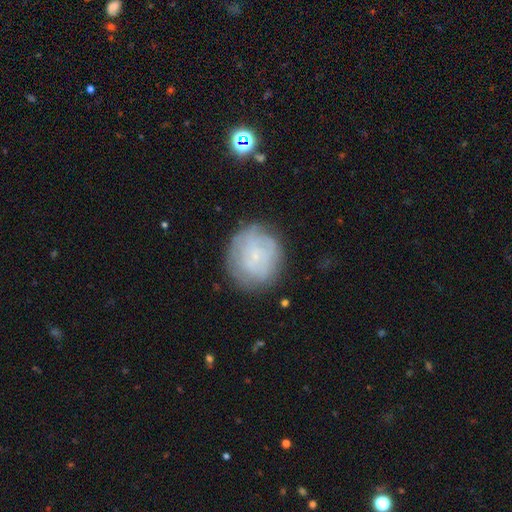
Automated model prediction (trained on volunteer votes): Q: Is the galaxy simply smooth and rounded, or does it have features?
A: featured or disk — 49%.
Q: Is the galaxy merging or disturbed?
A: none — 74%.